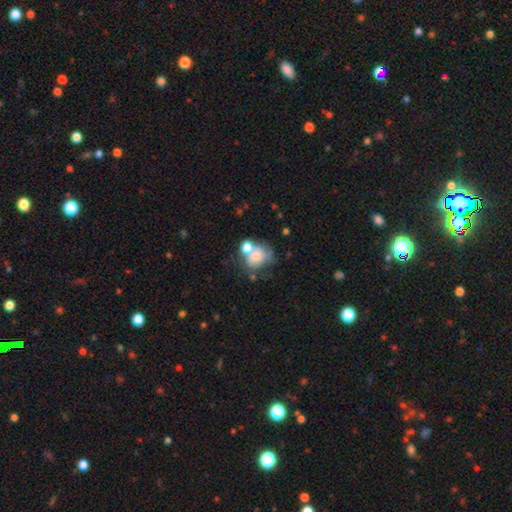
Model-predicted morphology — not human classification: Smooth or featured? smooth (60%)
How rounded? round (58%)
Merging? merger (40%)